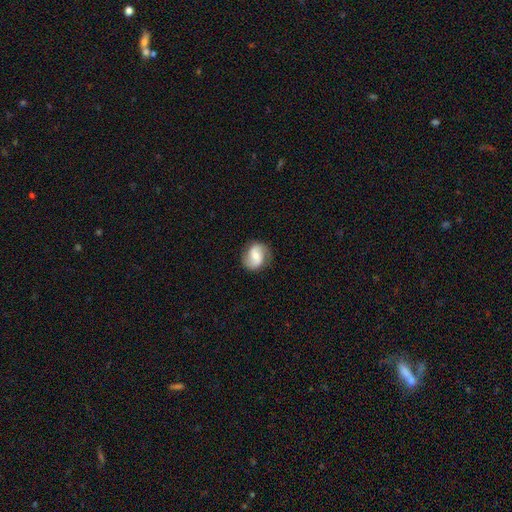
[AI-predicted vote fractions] smooth-or-featured: featured or disk: 57% | smooth: 35% | star or artifact: 7%
  disk-edge-on: no: 97% | yes: 3%
    bar: weak: 44% | no: 34% | strong: 21%
    has-spiral-arms: yes: 89% | no: 11%
    bulge-size: moderate: 48% | small: 38% | large: 7% | none: 5% | dominant: 2%
  merging: none: 80% | minor disturbance: 14% | major disturbance: 5% | merger: 1%